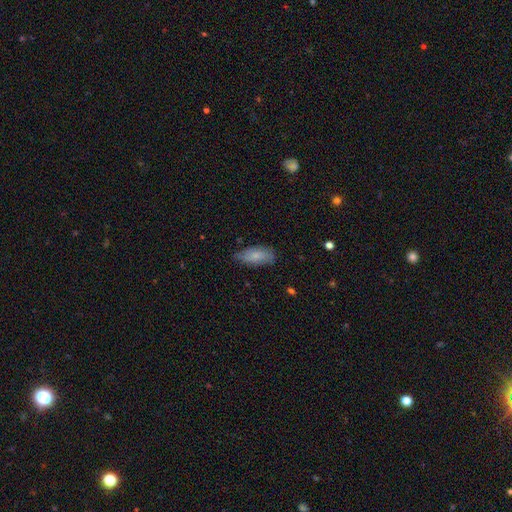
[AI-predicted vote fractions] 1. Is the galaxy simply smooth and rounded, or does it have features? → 73% smooth, 21% featured or disk, 6% star or artifact.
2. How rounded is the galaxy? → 85% in between, 13% cigar-shaped, 2% round.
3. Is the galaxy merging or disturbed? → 68% none, 26% minor disturbance, 5% major disturbance, 1% merger.